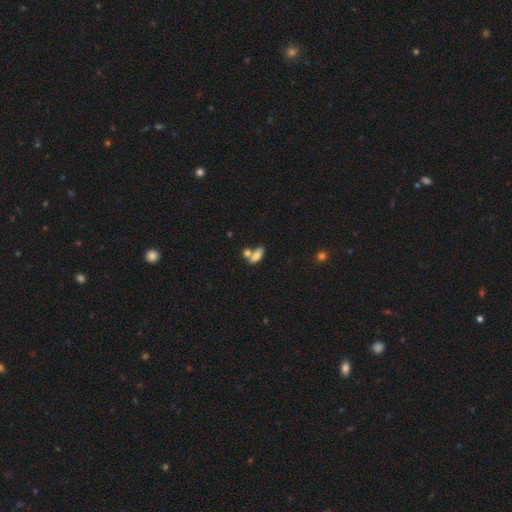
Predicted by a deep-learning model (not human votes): Smooth or featured?
  - smooth: 73% *
  - featured or disk: 18%
  - star or artifact: 9%
How rounded?
  - in between: 77% *
  - cigar-shaped: 16%
  - round: 7%
Merging?
  - merger: 43% *
  - none: 40%
  - minor disturbance: 11%
  - major disturbance: 5%